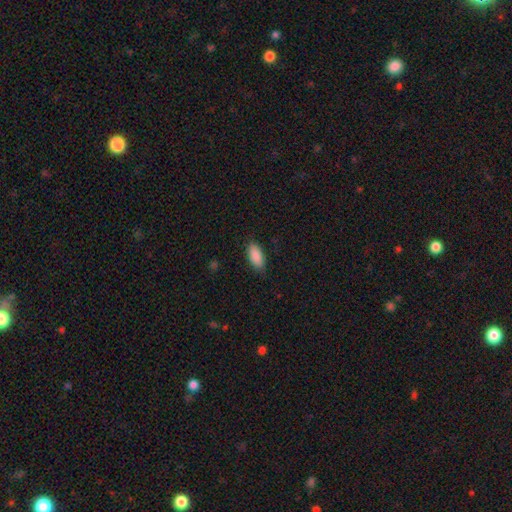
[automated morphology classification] A smooth galaxy with no disk features (89%) that is in between round and cigar-shaped (89%). Merging: none (85%).